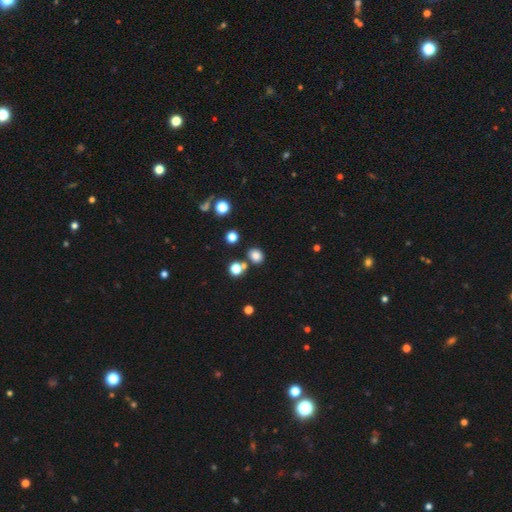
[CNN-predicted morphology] Smooth or featured? smooth (80%)
How rounded? round (61%)
Merging? none (76%)